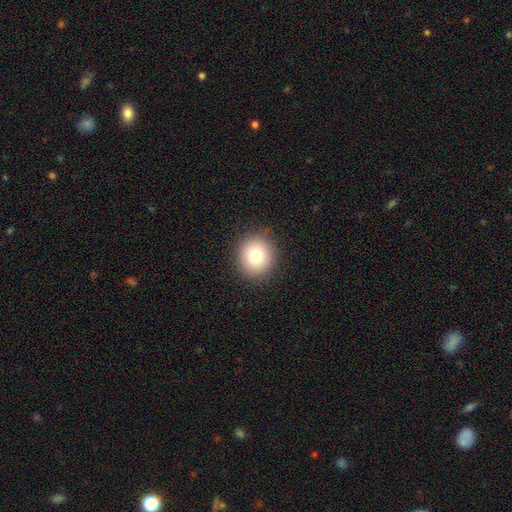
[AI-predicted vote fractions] Overall: smooth (80%). How rounded: round (82%). Merging: none (89%).